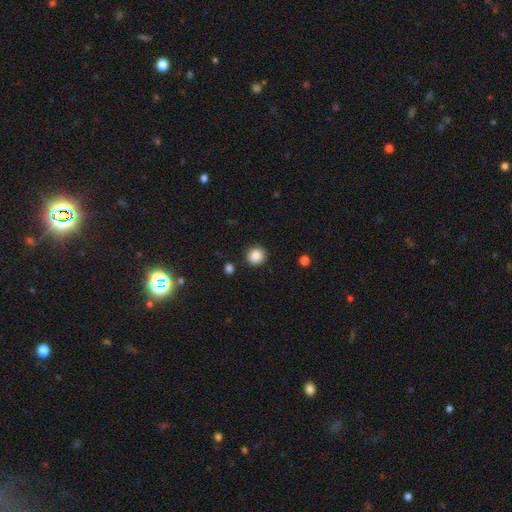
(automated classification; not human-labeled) smooth 87%, star or artifact 9%, featured or disk 4%. Down the decision tree: how rounded — round (91%); merging — none (89%).